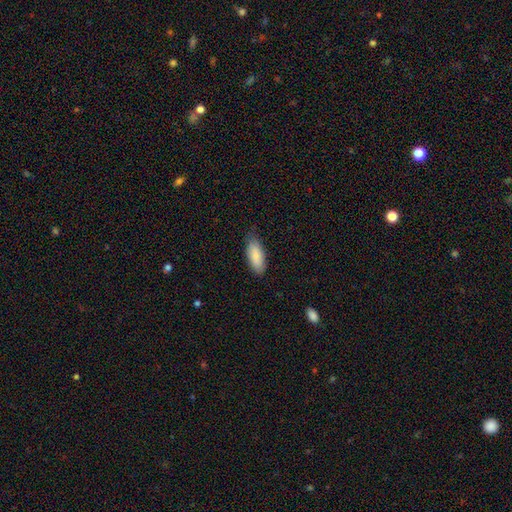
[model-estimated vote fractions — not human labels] Smooth or featured: smooth — 87% (featured or disk — 8%)
How rounded: in between — 84% (cigar-shaped — 14%)
Merging: none — 77% (minor disturbance — 19%)